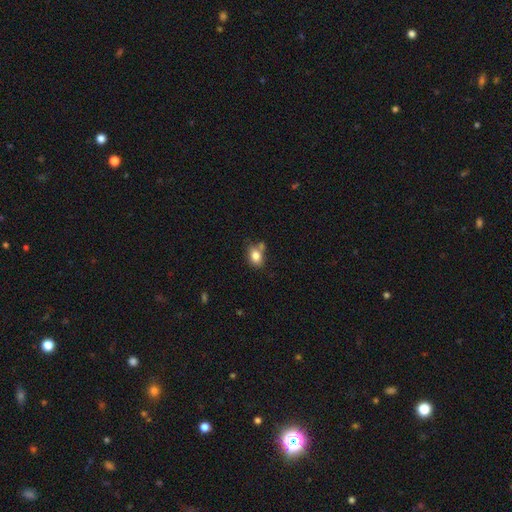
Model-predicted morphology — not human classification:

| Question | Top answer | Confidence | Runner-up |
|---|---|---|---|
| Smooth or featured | smooth | 81% | star or artifact (9%) |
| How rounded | in between | 71% | round (28%) |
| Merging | none | 58% | minor disturbance (19%) |